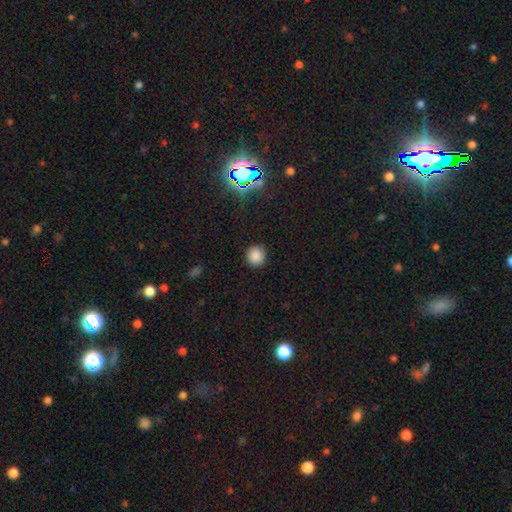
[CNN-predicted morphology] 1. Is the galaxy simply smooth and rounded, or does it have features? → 85% smooth, 12% star or artifact, 3% featured or disk.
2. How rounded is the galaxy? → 92% round, 7% in between, 1% cigar-shaped.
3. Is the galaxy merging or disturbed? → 89% none, 7% minor disturbance, 2% major disturbance, 1% merger.